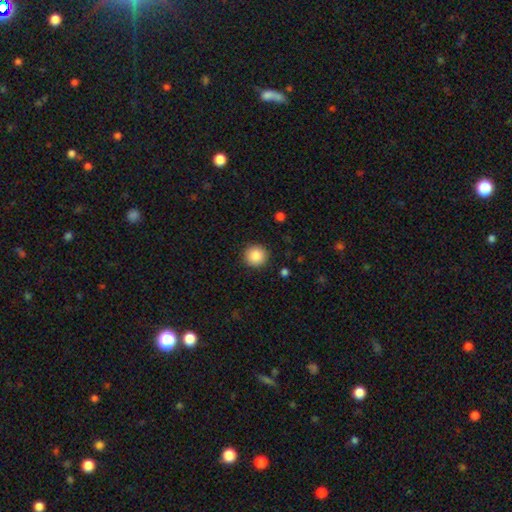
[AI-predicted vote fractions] A smooth galaxy with no disk features (88%) that is round (95%).

Vote fractions:
- Smooth or featured? smooth: 88% / star or artifact: 8% / featured or disk: 4%
- How rounded? round: 95% / in between: 4% / cigar-shaped: 1%
- Merging? none: 92% / minor disturbance: 5% / major disturbance: 2% / merger: 1%